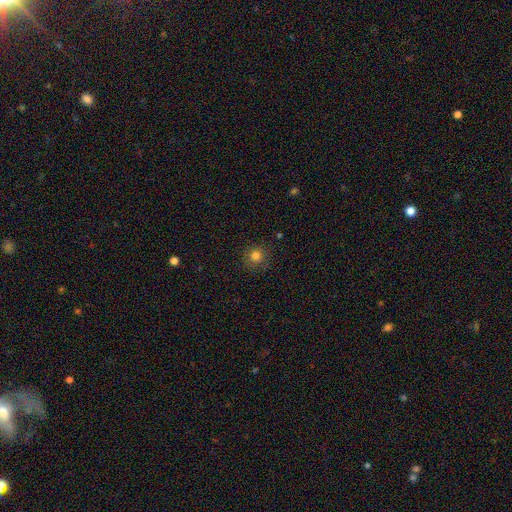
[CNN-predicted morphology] A smooth galaxy with no disk features (80%) that is round (93%). Merging: none (86%).